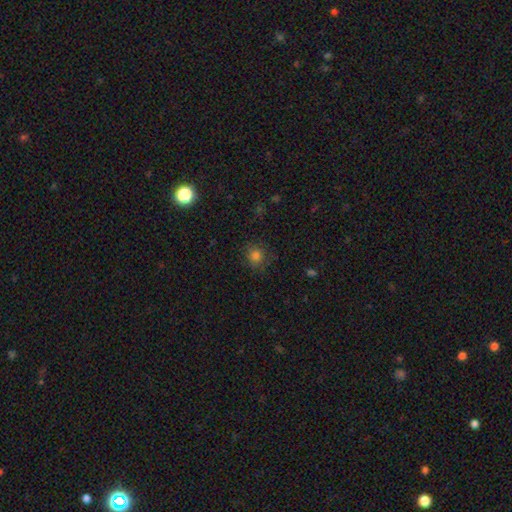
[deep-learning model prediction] Smooth or featured?
  - smooth: 79% *
  - star or artifact: 15%
  - featured or disk: 6%
How rounded?
  - round: 87% *
  - in between: 12%
  - cigar-shaped: 1%
Merging?
  - none: 79% *
  - minor disturbance: 14%
  - major disturbance: 5%
  - merger: 1%